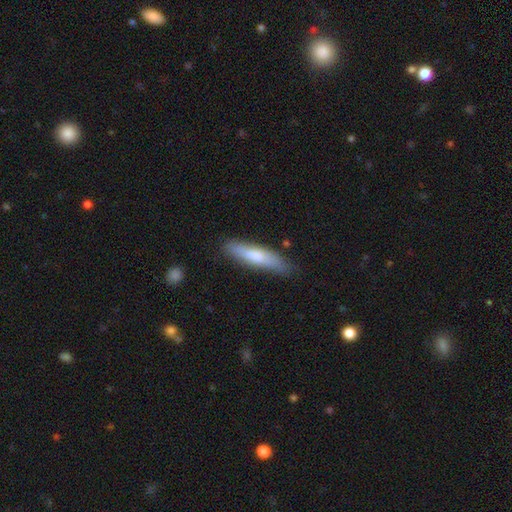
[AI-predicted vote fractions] Smooth or featured? smooth (69%)
How rounded? cigar-shaped (79%)
Merging? none (82%)